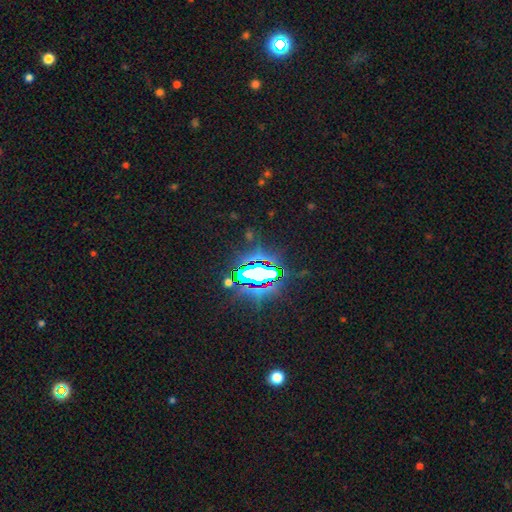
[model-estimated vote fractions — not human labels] This appears to be a star or artifact, not a galaxy (82%).